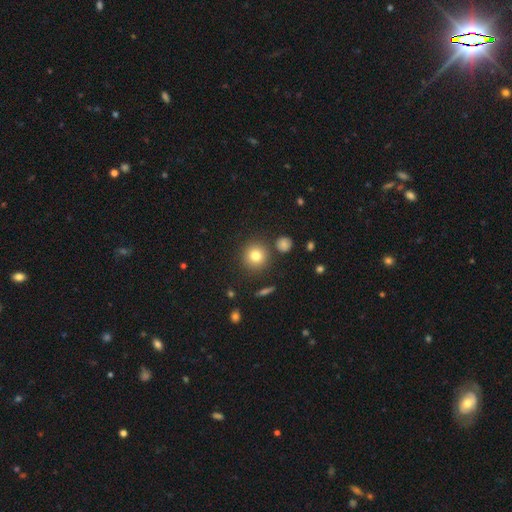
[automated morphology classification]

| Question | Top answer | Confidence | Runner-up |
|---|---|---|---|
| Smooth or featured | smooth | 81% | star or artifact (11%) |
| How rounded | round | 92% | in between (7%) |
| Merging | none | 85% | minor disturbance (7%) |